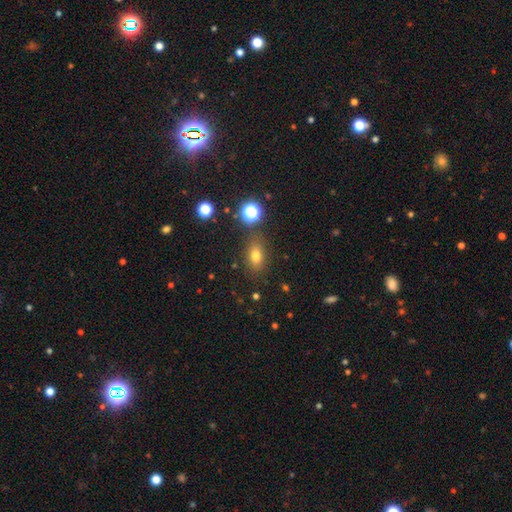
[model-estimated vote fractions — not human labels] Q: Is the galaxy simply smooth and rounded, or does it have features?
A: smooth — 73%.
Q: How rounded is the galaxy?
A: in between — 73%.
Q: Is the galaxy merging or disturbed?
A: none — 81%.